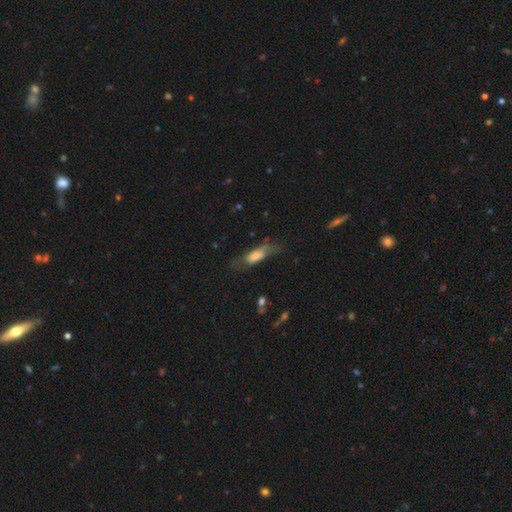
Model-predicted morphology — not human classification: Smooth or featured? smooth (62%)
How rounded? in between (55%)
Merging? none (45%)